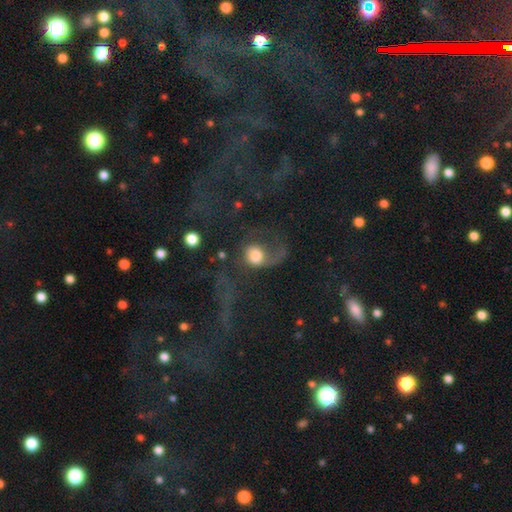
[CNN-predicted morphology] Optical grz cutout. It shows a smooth galaxy with no disk features (46%). Merging: major disturbance (57%).